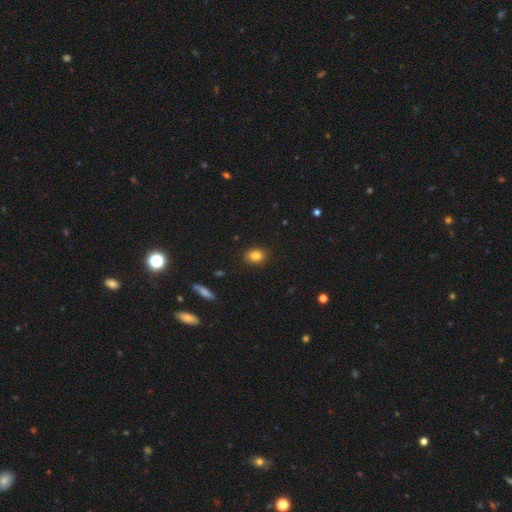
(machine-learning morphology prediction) This is clearly a smooth galaxy (84%). How rounded: possibly in between (50%). Merging: clearly none (87%).